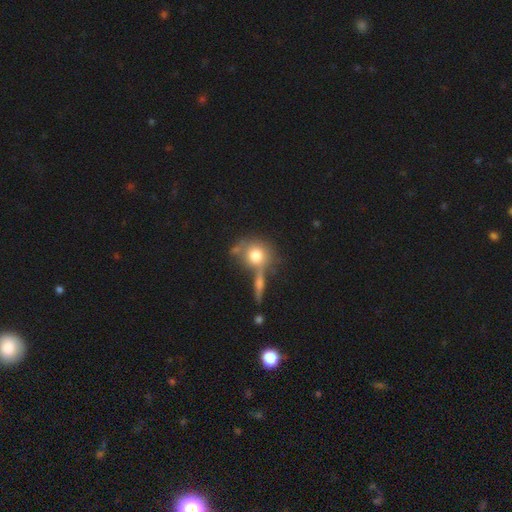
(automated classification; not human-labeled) Morphology: type=smooth (71%); roundness=round (82%); merging=none (54%).